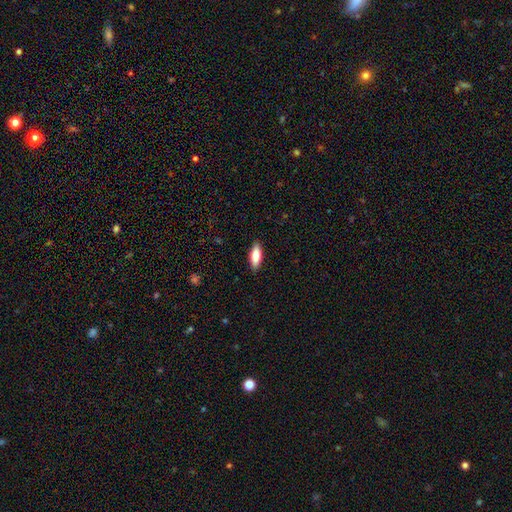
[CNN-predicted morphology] This is likely a smooth galaxy (79%). How rounded: likely in between (67%). Merging: clearly none (89%).